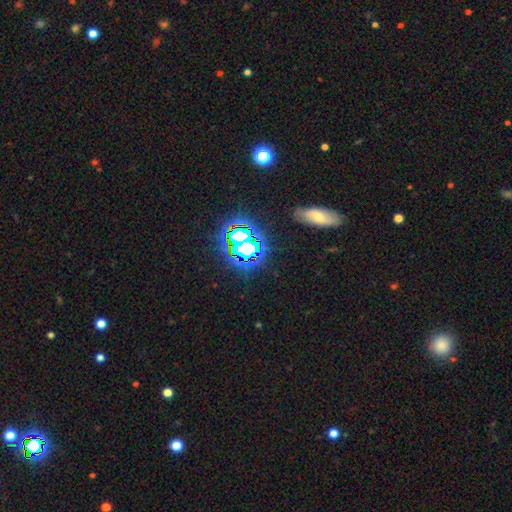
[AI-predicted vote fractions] The model was most divided on "smooth or featured": star or artifact: 74%, smooth: 16%, featured or disk: 11%.